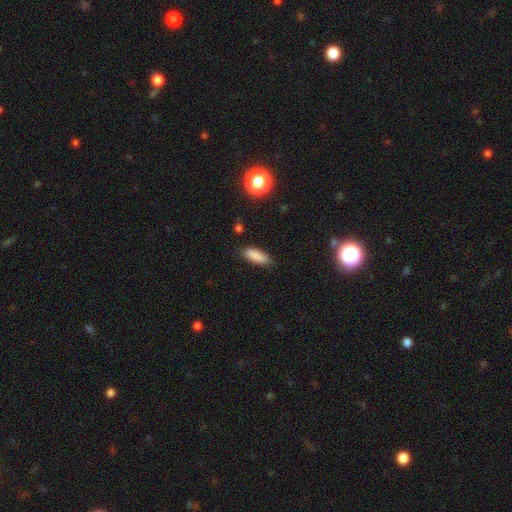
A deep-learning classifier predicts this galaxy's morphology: Smooth or featured?
  - smooth: 86% *
  - star or artifact: 9%
  - featured or disk: 5%
How rounded?
  - in between: 63% *
  - cigar-shaped: 34%
  - round: 2%
Merging?
  - none: 84% *
  - minor disturbance: 12%
  - major disturbance: 3%
  - merger: 1%